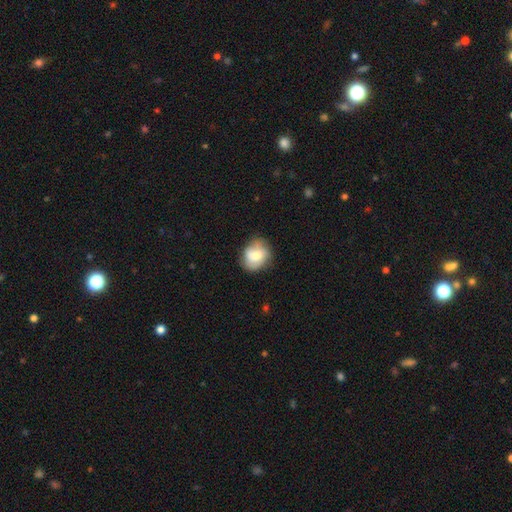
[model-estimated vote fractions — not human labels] Smooth or featured?
  - smooth: 65% *
  - featured or disk: 27%
  - star or artifact: 8%
How rounded?
  - round: 60% *
  - in between: 39%
  - cigar-shaped: 1%
Merging?
  - none: 67% *
  - minor disturbance: 24%
  - major disturbance: 7%
  - merger: 2%